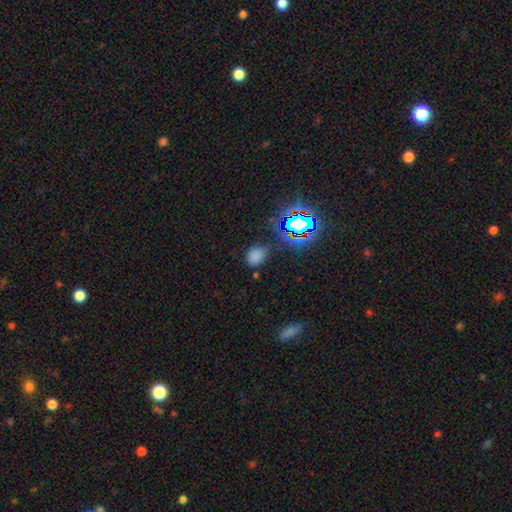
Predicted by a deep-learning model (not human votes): This appears to be a smooth galaxy with no disk features (66%) that is in between round and cigar-shaped (64%). Merging: none (68%).